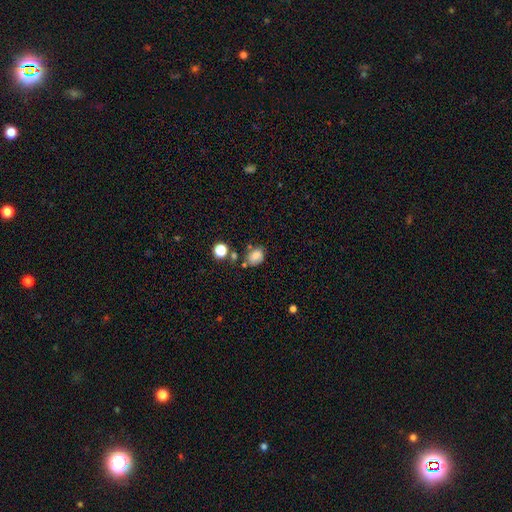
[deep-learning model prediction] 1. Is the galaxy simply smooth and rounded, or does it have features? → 76% smooth, 13% star or artifact, 12% featured or disk.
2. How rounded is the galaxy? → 55% in between, 44% round, 1% cigar-shaped.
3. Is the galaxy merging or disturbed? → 61% none, 23% minor disturbance, 9% merger, 7% major disturbance.